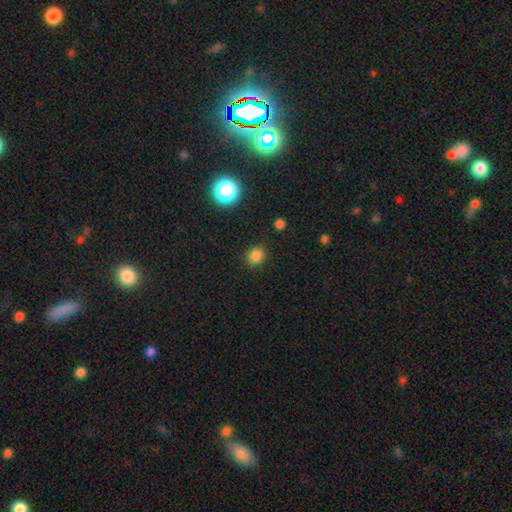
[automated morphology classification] Smooth or featured: smooth — 81% (star or artifact — 14%)
How rounded: round — 75% (in between — 24%)
Merging: none — 88% (minor disturbance — 8%)